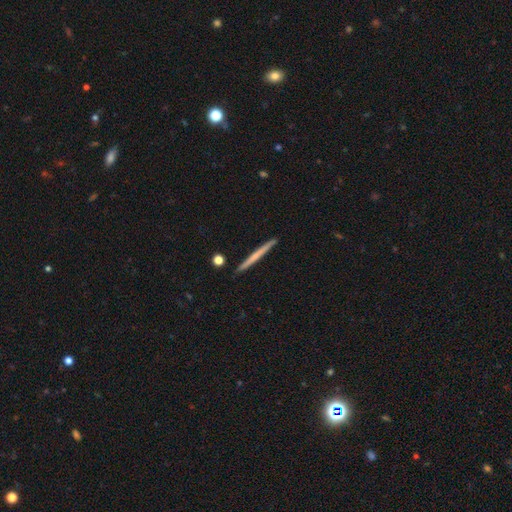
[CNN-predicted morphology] This is possibly a smooth galaxy (51%). How rounded: clearly cigar-shaped (97%). Merging: clearly none (92%).